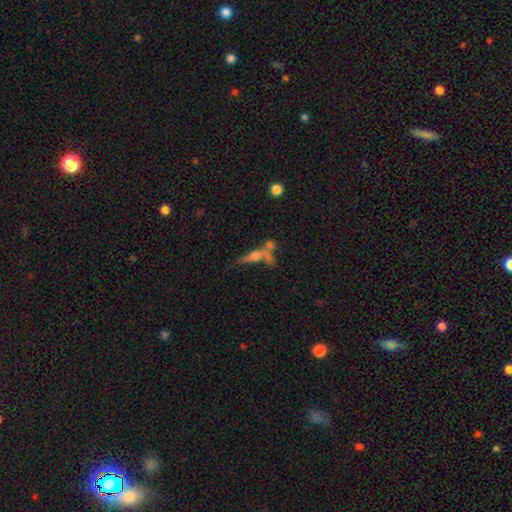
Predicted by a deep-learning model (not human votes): featured or disk 57%, smooth 31%, star or artifact 12%. Down the decision tree: edge-on disk — yes (84%); merging — none (47%).